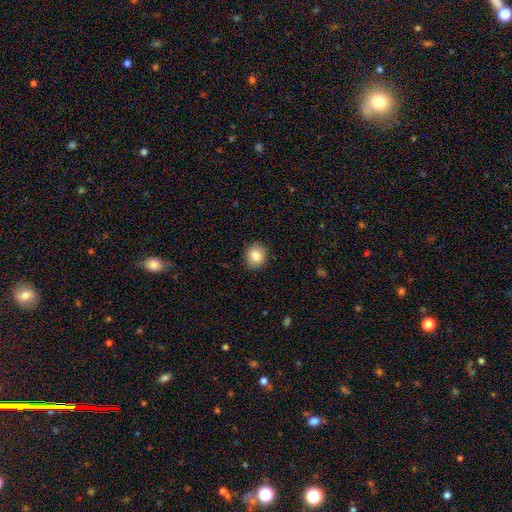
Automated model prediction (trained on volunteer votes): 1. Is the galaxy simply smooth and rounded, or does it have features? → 84% smooth, 8% star or artifact, 8% featured or disk.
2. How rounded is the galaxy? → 77% round, 22% in between, 1% cigar-shaped.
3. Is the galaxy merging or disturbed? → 89% none, 8% minor disturbance, 2% major disturbance, 1% merger.